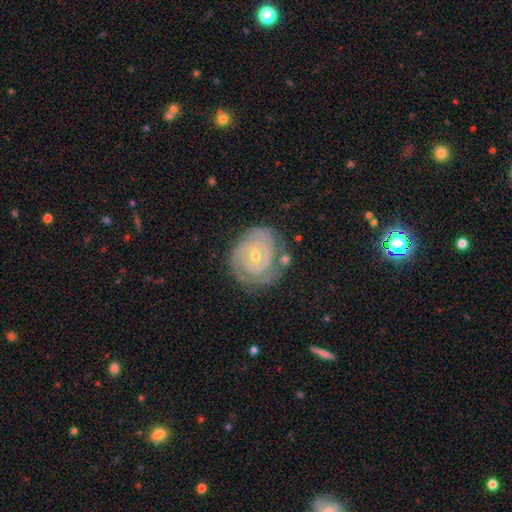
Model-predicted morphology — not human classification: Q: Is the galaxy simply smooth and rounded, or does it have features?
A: featured or disk — 88%.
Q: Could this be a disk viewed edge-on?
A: no — 97%.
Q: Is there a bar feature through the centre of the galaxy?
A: no — 49%.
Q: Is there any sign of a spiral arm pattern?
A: yes — 95%.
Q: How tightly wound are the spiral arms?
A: tight — 82%.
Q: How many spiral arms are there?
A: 2 — 53%.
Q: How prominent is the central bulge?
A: moderate — 56%.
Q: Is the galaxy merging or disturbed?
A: none — 72%.